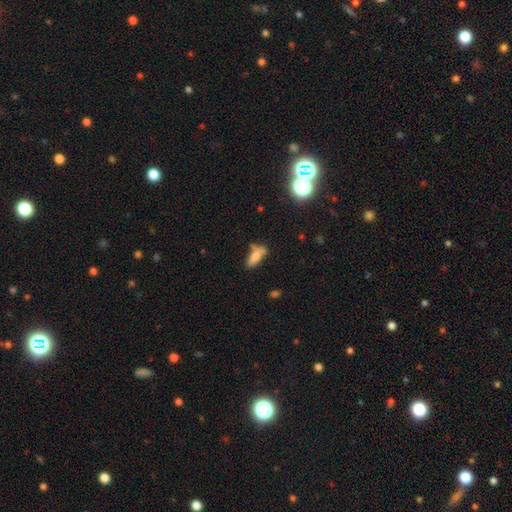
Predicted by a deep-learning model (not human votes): A smooth galaxy with no disk features (74%) that is in between round and cigar-shaped (65%).

Vote fractions:
- Smooth or featured? smooth: 74% / featured or disk: 16% / star or artifact: 10%
- How rounded? in between: 65% / cigar-shaped: 32% / round: 3%
- Merging? none: 48% / minor disturbance: 26% / merger: 15% / major disturbance: 10%